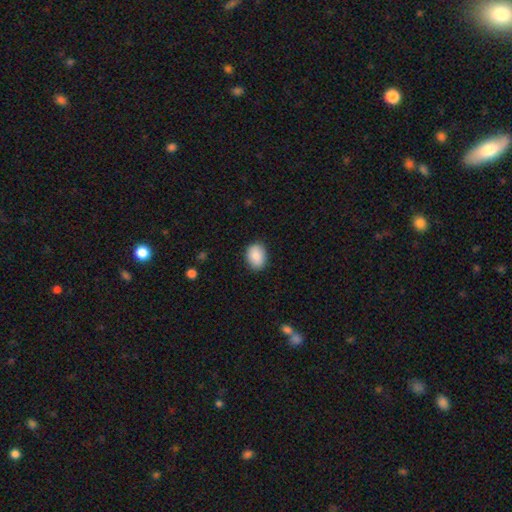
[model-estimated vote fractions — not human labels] smooth_or_featured: smooth (p=0.88) [alt: star or artifact p=0.07]
how_rounded: in between (p=0.69) [alt: round p=0.30]
merging: none (p=0.87) [alt: minor disturbance p=0.10]